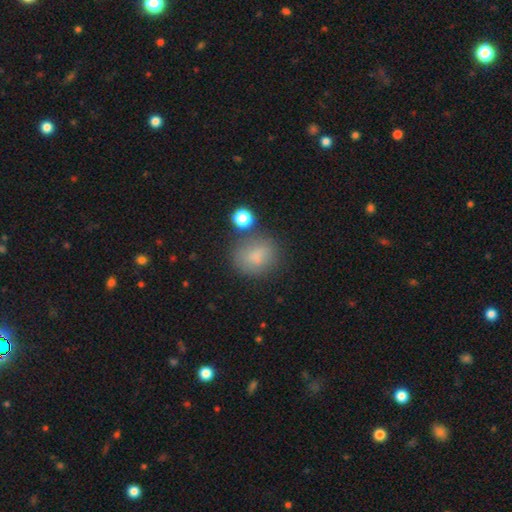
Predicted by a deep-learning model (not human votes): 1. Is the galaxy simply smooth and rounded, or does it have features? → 77% smooth, 12% star or artifact, 11% featured or disk.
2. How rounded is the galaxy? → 59% round, 40% in between, 1% cigar-shaped.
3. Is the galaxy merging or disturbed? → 64% none, 20% minor disturbance, 9% merger, 8% major disturbance.